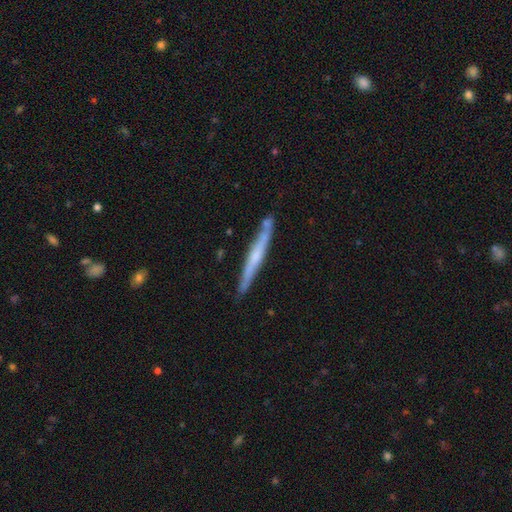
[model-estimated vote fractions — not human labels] smooth_or_featured: featured or disk (p=0.61) [alt: smooth p=0.33]
disk_edge_on: yes (p=0.95) [alt: no p=0.05]
edge_on_bulge: none (p=0.50) [alt: rounded p=0.42]
merging: none (p=0.82) [alt: minor disturbance p=0.12]